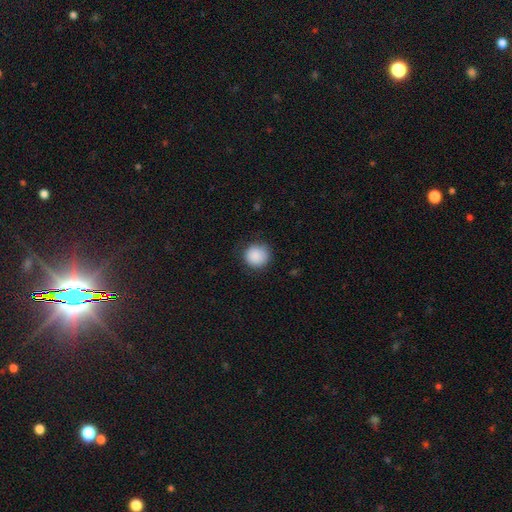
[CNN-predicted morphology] A smooth galaxy with no disk features (89%) that is round (92%).

Vote fractions:
- Smooth or featured? smooth: 89% / star or artifact: 8% / featured or disk: 3%
- How rounded? round: 92% / in between: 7% / cigar-shaped: 1%
- Merging? none: 83% / minor disturbance: 13% / major disturbance: 3% / merger: 1%